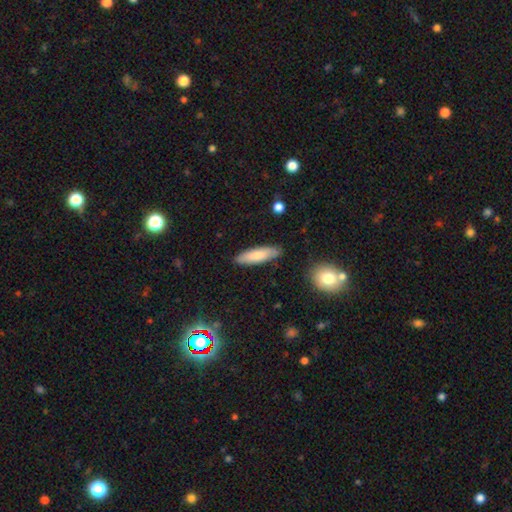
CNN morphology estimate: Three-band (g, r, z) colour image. It shows a smooth galaxy with no disk features (75%) that is cigar-shaped (65%). Merging: none (86%).